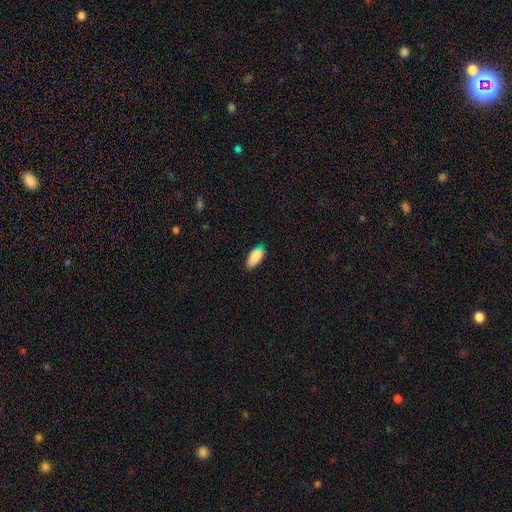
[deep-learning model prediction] Smooth or featured? Predicted: smooth (p=0.86). How rounded? Predicted: in between (p=0.88). Merging? Predicted: none (p=0.72).